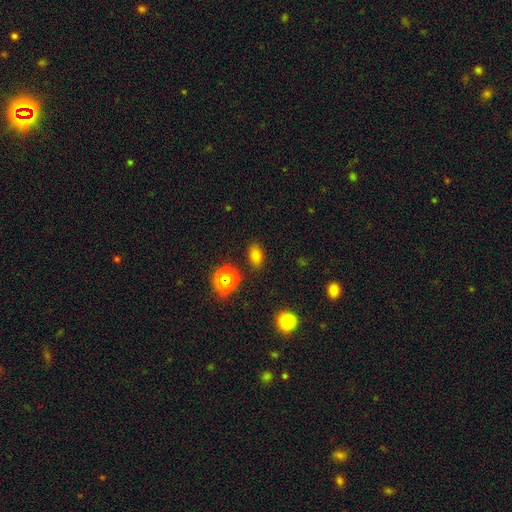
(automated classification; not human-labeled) The model was most divided on "smooth or featured": smooth: 74%, star or artifact: 19%, featured or disk: 7%. More confident: merging — none (84%); how rounded — in between (78%).